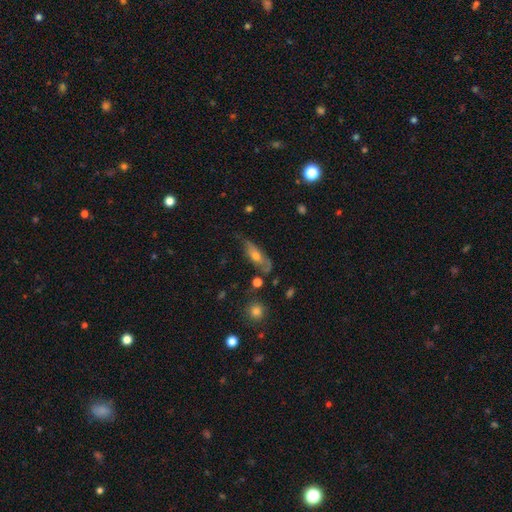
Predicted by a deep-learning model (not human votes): Overall: smooth (47%; featured or disk 45%). Merging: none (52%; minor disturbance 31%).